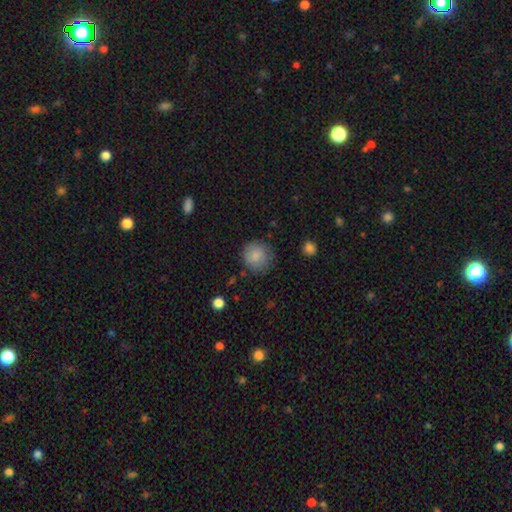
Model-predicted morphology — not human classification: Smooth or featured: smooth — 84% (star or artifact — 8%)
How rounded: round — 91% (in between — 8%)
Merging: none — 79% (minor disturbance — 14%)